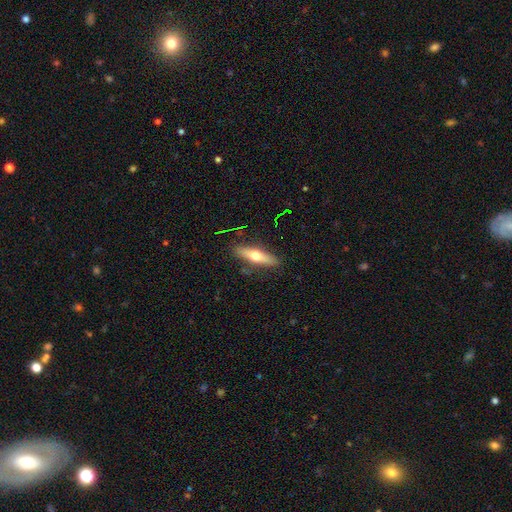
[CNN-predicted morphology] This appears to be a smooth galaxy with no disk features (49%). Merging: none (85%).